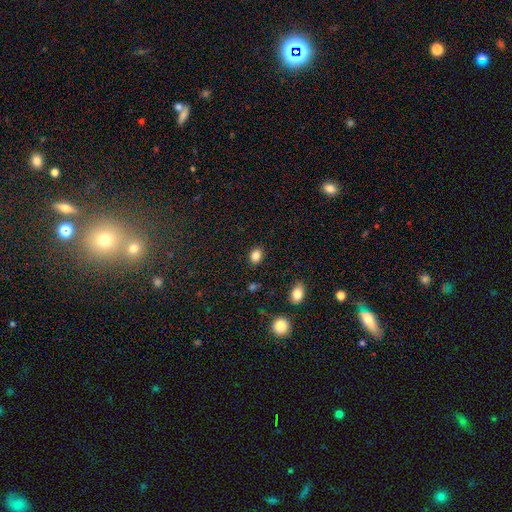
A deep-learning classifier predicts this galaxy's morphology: Smooth or featured? Predicted: smooth (p=0.84). How rounded? Predicted: in between (p=0.56). Merging? Predicted: none (p=0.88).